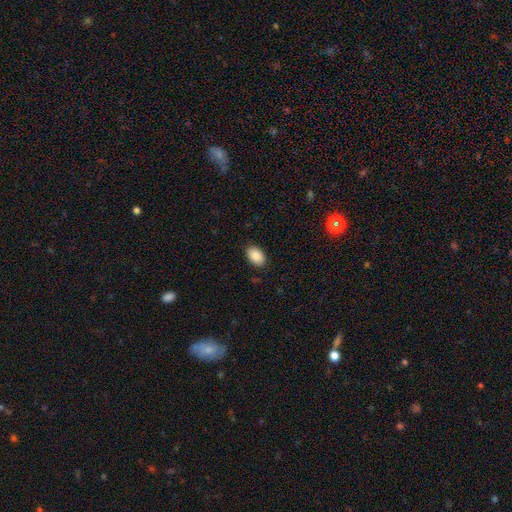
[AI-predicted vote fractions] Smooth or featured?
  - smooth: 87% *
  - star or artifact: 7%
  - featured or disk: 5%
How rounded?
  - in between: 90% *
  - round: 9%
  - cigar-shaped: 1%
Merging?
  - none: 88% *
  - minor disturbance: 9%
  - major disturbance: 2%
  - merger: 1%